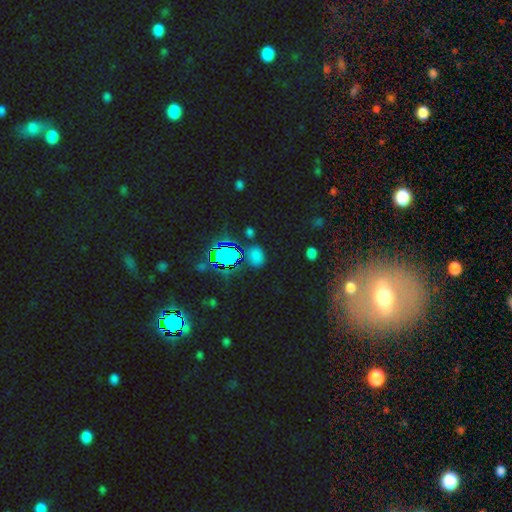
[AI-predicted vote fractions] A smooth galaxy with no disk features (51%) that is in between round and cigar-shaped (51%).

Vote fractions:
- Smooth or featured? smooth: 51% / star or artifact: 42% / featured or disk: 7%
- How rounded? in between: 51% / round: 46% / cigar-shaped: 3%
- Merging? none: 75% / minor disturbance: 14% / merger: 6% / major disturbance: 6%